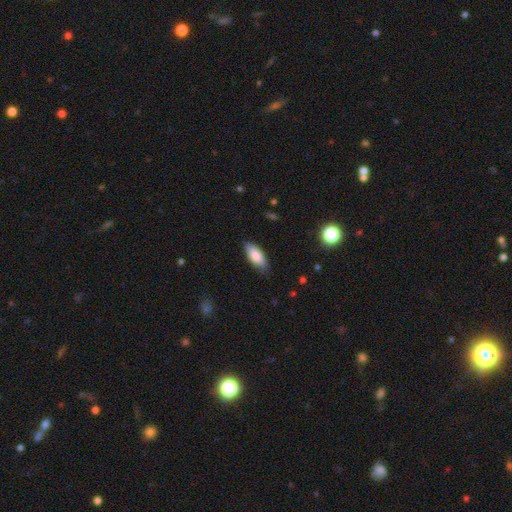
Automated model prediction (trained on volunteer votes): Morphology: type=smooth (84%); roundness=in between (86%); merging=none (81%).